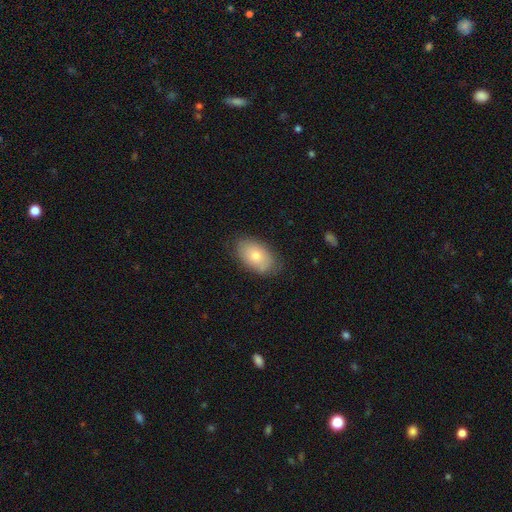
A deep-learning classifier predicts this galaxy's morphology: smooth_or_featured: smooth (p=0.72) [alt: featured or disk p=0.21]
how_rounded: in between (p=0.91) [alt: round p=0.07]
merging: none (p=0.80) [alt: minor disturbance p=0.15]